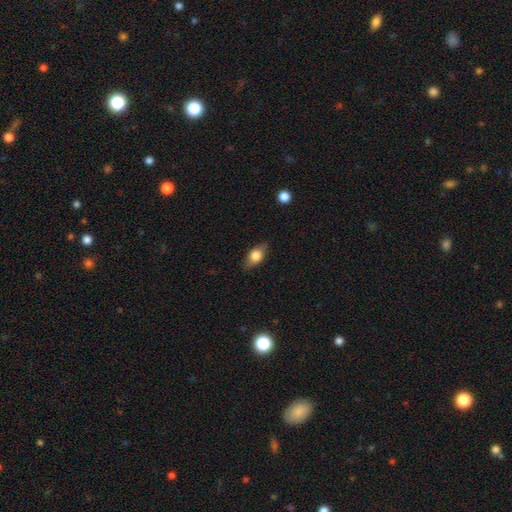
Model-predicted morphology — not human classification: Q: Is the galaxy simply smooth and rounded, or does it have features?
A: smooth — 71%.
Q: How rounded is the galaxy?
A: in between — 82%.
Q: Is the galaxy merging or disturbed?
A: none — 82%.